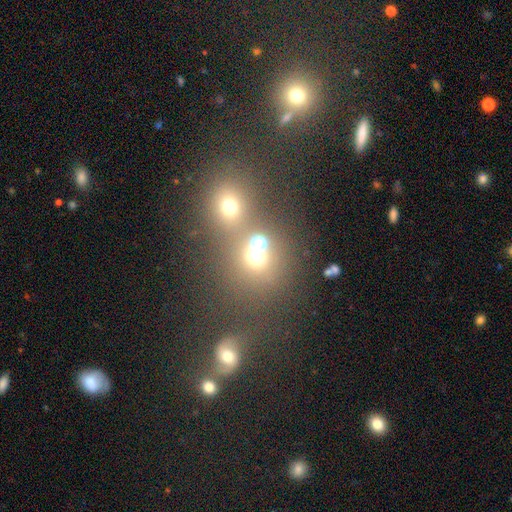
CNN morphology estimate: A smooth galaxy with no disk features (62%) that is round (80%). Merging: none (48%).